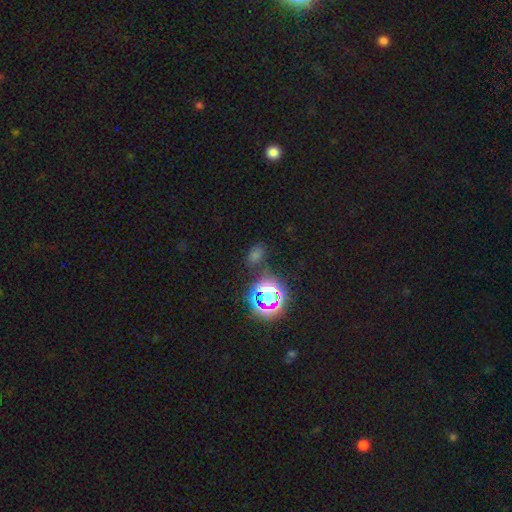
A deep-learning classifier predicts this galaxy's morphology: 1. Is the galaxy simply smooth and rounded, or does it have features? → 47% star or artifact, 44% smooth, 9% featured or disk.